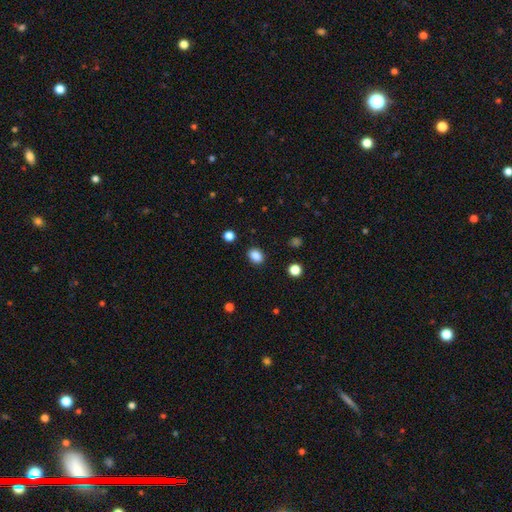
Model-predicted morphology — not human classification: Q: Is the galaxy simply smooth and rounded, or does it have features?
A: smooth — 87%.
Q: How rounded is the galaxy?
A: in between — 64%.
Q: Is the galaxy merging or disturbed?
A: none — 89%.